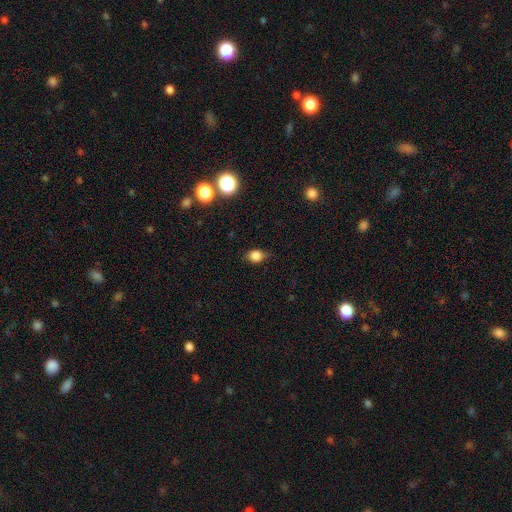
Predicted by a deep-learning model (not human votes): Smooth or featured?
  - smooth: 81% *
  - star or artifact: 12%
  - featured or disk: 7%
How rounded?
  - round: 50% *
  - in between: 48%
  - cigar-shaped: 2%
Merging?
  - none: 71% *
  - minor disturbance: 23%
  - major disturbance: 5%
  - merger: 1%